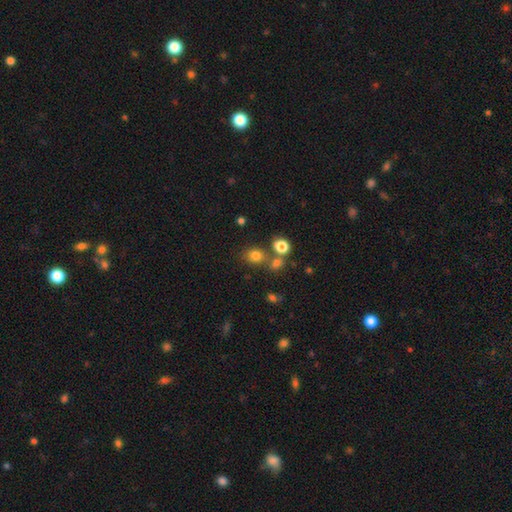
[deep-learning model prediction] This is likely a smooth galaxy (77%). How rounded: likely round (69%). Merging: likely none (64%).